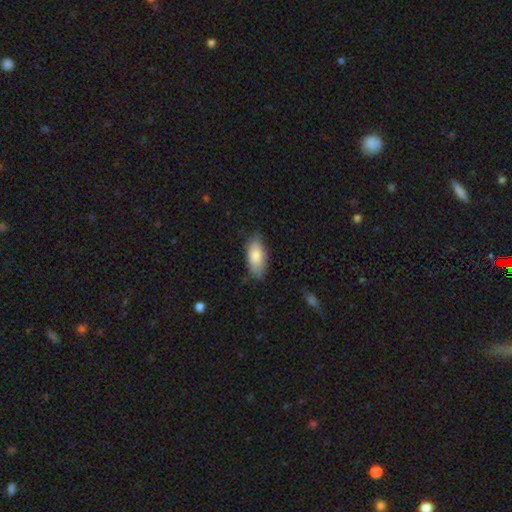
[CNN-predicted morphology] Overall: smooth (82%). How rounded: in between (89%). Merging: none (78%).